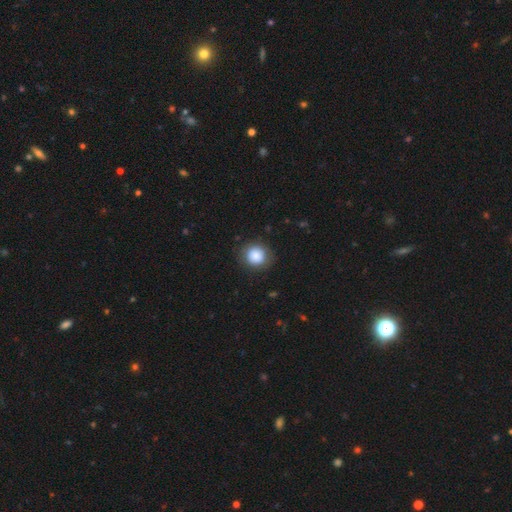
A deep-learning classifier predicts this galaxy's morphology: type=smooth (86%); roundness=round (89%); merging=none (85%).